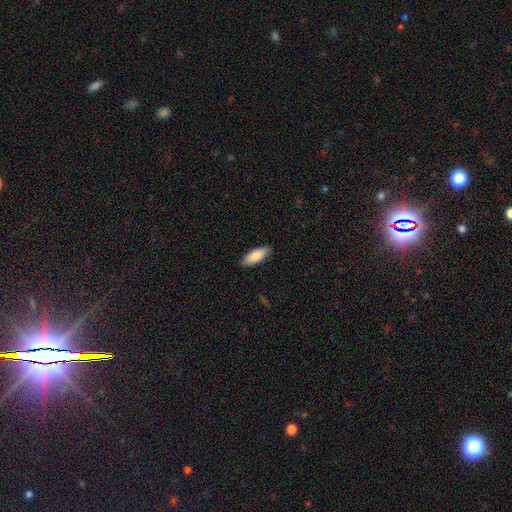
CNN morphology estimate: Q: Smooth or featured?
A: smooth (86%); runner-up: featured or disk (8%)
Q: How rounded?
A: in between (70%); runner-up: cigar-shaped (29%)
Q: Merging?
A: none (87%); runner-up: minor disturbance (10%)